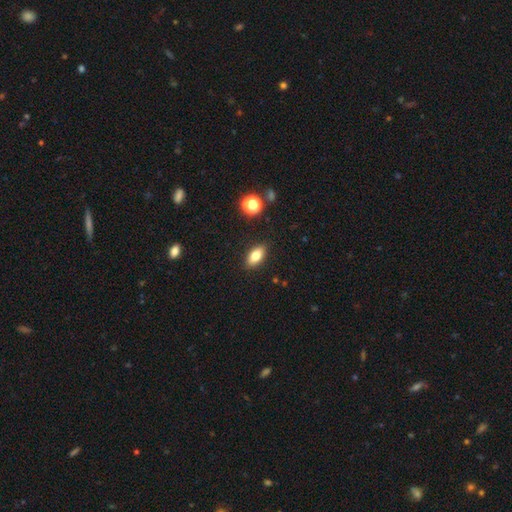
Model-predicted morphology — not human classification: Overall: smooth (76%). How rounded: in between (84%). Merging: none (88%).